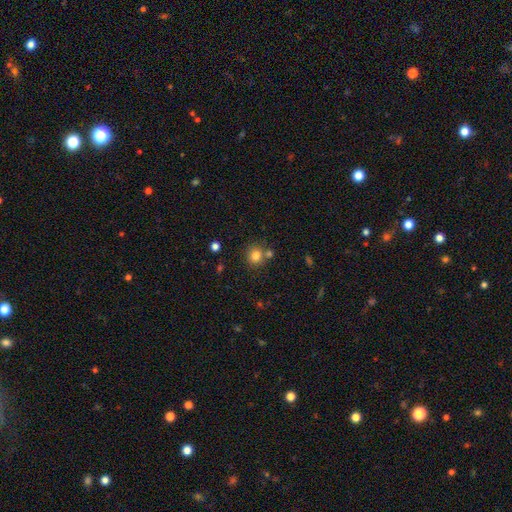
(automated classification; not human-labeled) Smooth or featured: smooth — 81% (star or artifact — 12%)
How rounded: round — 87% (in between — 12%)
Merging: none — 70% (merger — 18%)